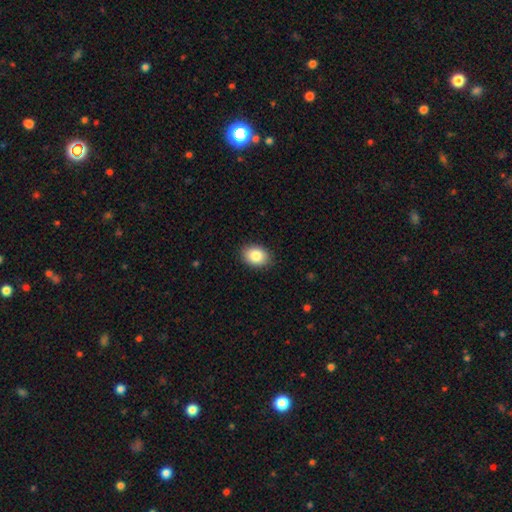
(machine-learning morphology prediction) Q: Smooth or featured?
A: smooth (86%); runner-up: star or artifact (8%)
Q: How rounded?
A: in between (71%); runner-up: round (28%)
Q: Merging?
A: none (88%); runner-up: minor disturbance (9%)